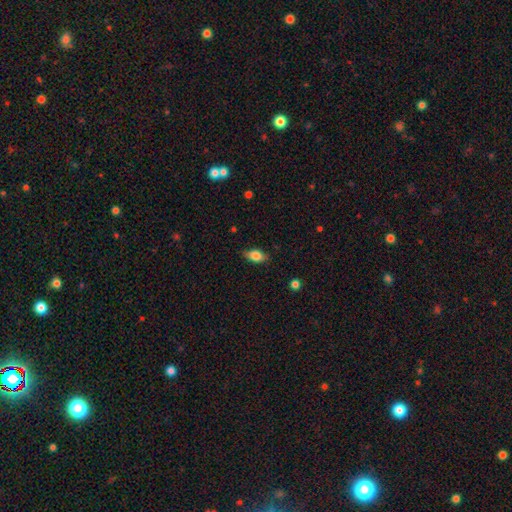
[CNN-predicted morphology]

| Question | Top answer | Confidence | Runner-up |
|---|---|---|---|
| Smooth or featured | smooth | 75% | featured or disk (17%) |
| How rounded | in between | 85% | round (8%) |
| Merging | none | 81% | minor disturbance (15%) |